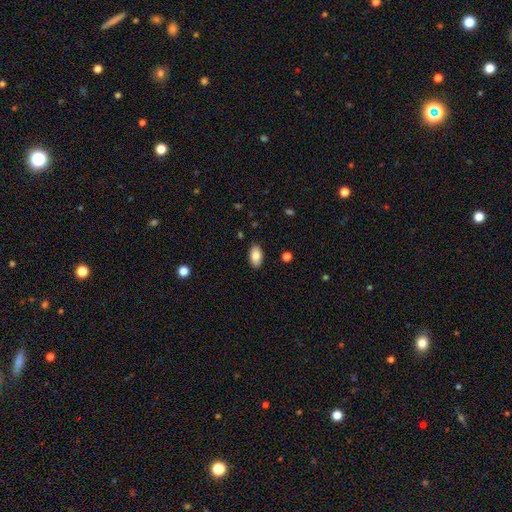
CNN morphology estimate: Q: Smooth or featured?
A: smooth (84%); runner-up: featured or disk (9%)
Q: How rounded?
A: in between (93%); runner-up: round (4%)
Q: Merging?
A: none (89%); runner-up: minor disturbance (8%)